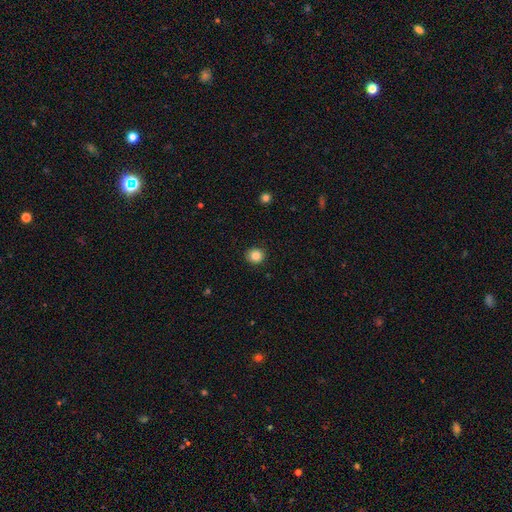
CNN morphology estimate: smooth 85%, star or artifact 10%, featured or disk 5%. Down the decision tree: how rounded — round (86%); merging — none (91%).